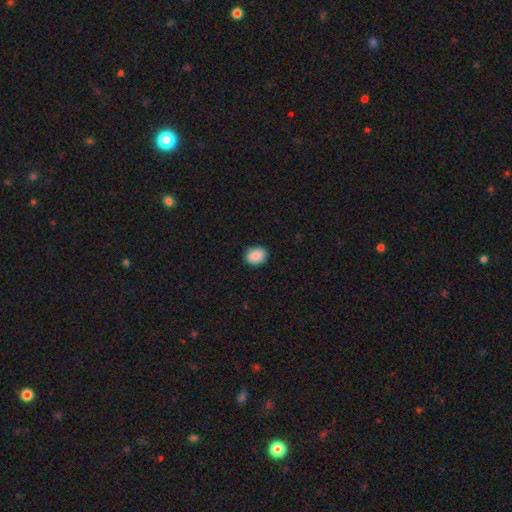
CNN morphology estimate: The model was most divided on "how rounded": in between: 60%, round: 39%, cigar-shaped: 1%. More confident: smooth or featured — smooth (89%); merging — none (87%).